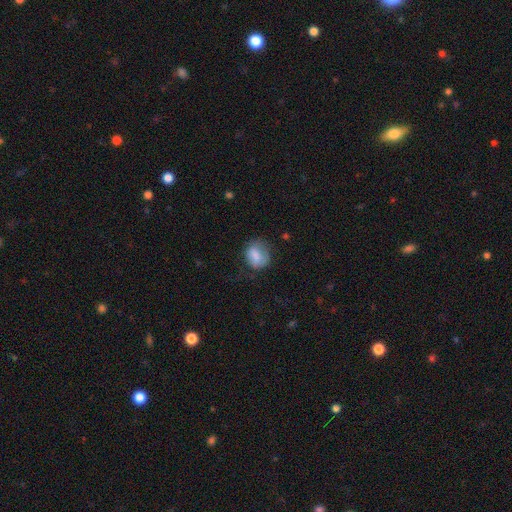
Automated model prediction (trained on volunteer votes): This is likely a smooth galaxy (78%). How rounded: possibly in between (53%). Merging: possibly none (52%).